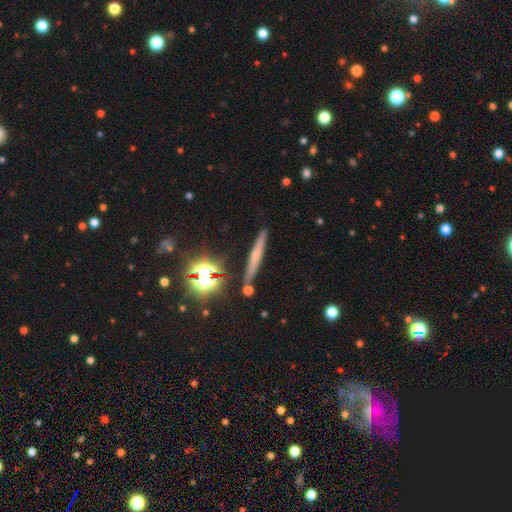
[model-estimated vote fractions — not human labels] This is marginally a featured or disk galaxy (44%). Merging: clearly none (87%).